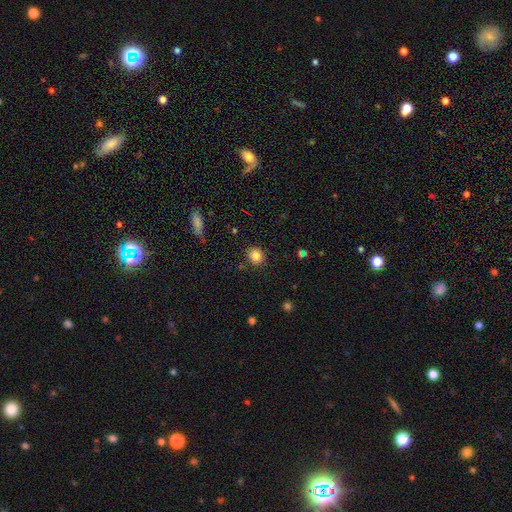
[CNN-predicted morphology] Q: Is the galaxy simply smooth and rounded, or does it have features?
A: smooth — 84%.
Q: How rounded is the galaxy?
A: round — 75%.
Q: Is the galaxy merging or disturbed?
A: none — 88%.